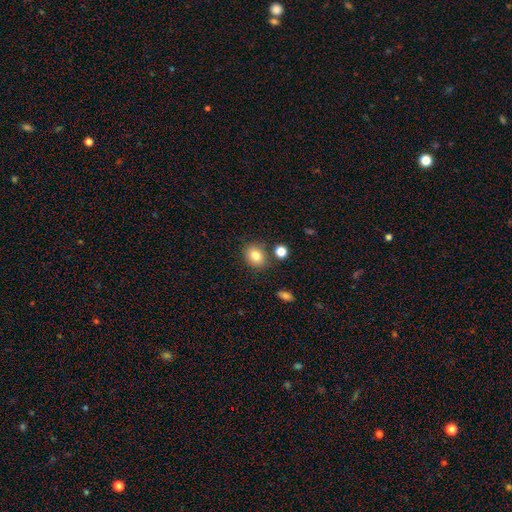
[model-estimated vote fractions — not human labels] A smooth galaxy with no disk features (81%) that is round (68%). Merging: none (80%).